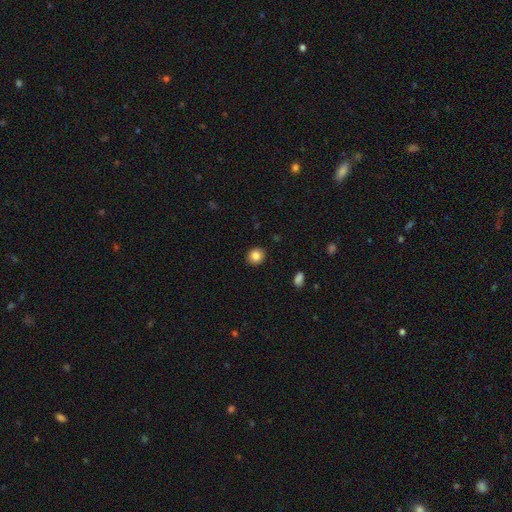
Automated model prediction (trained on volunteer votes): Smooth or featured?
  - smooth: 85% *
  - star or artifact: 10%
  - featured or disk: 6%
How rounded?
  - round: 77% *
  - in between: 22%
  - cigar-shaped: 1%
Merging?
  - none: 91% *
  - minor disturbance: 6%
  - major disturbance: 2%
  - merger: 1%